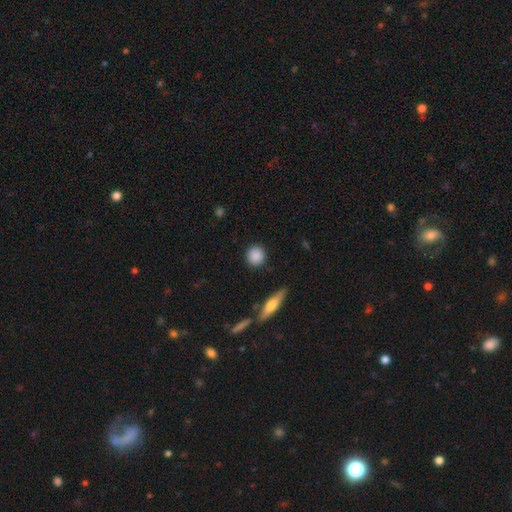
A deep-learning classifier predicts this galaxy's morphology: smooth 87%, star or artifact 7%, featured or disk 5%. Down the decision tree: how rounded — round (89%); merging — none (90%).